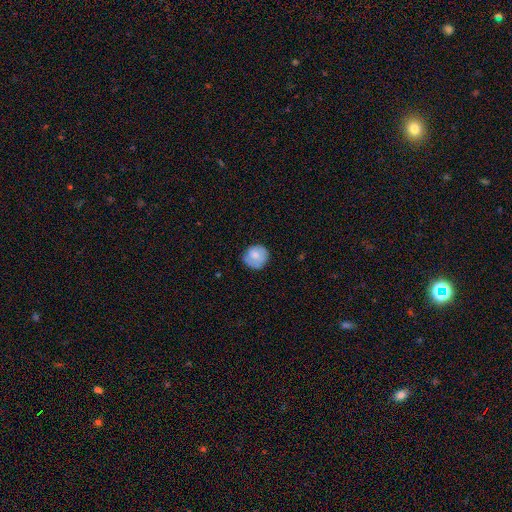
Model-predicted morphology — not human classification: Smooth or featured?
  - smooth: 74% *
  - featured or disk: 19%
  - star or artifact: 7%
How rounded?
  - round: 88% *
  - in between: 11%
  - cigar-shaped: 1%
Merging?
  - none: 74% *
  - minor disturbance: 20%
  - major disturbance: 4%
  - merger: 1%